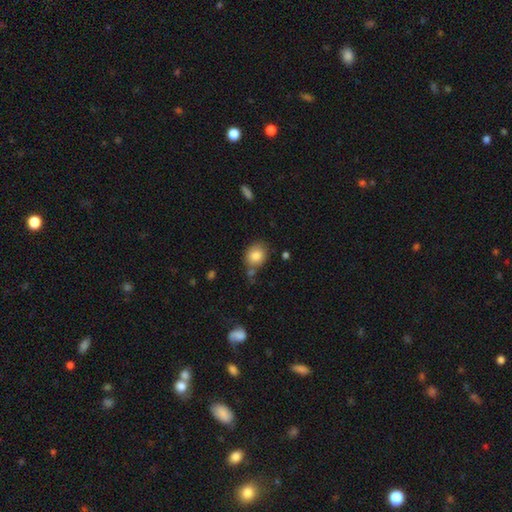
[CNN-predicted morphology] type=smooth (84%); roundness=round (59%); merging=none (71%).